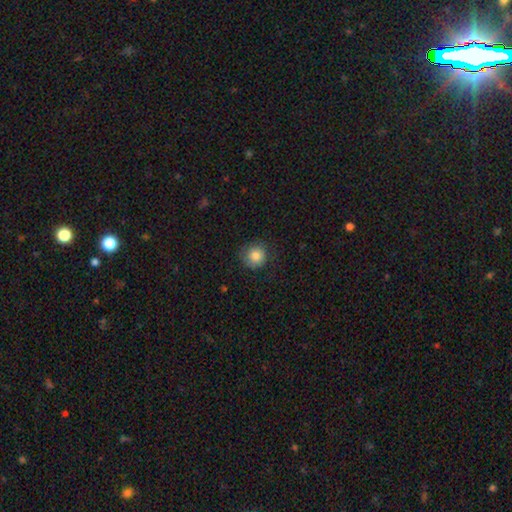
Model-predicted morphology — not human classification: A smooth galaxy with no disk features (84%) that is round (91%).

Vote fractions:
- Smooth or featured? smooth: 84% / star or artifact: 9% / featured or disk: 7%
- How rounded? round: 91% / in between: 8% / cigar-shaped: 1%
- Merging? none: 79% / minor disturbance: 15% / major disturbance: 5% / merger: 1%